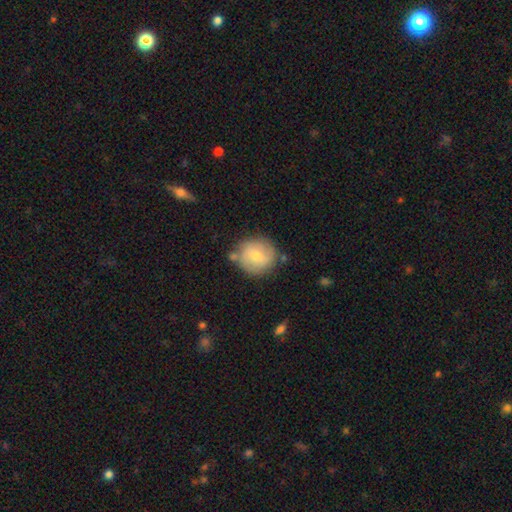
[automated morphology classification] The model was most divided on "smooth or featured": smooth: 63%, featured or disk: 30%, star or artifact: 7%. More confident: how rounded — round (88%); merging — none (70%).